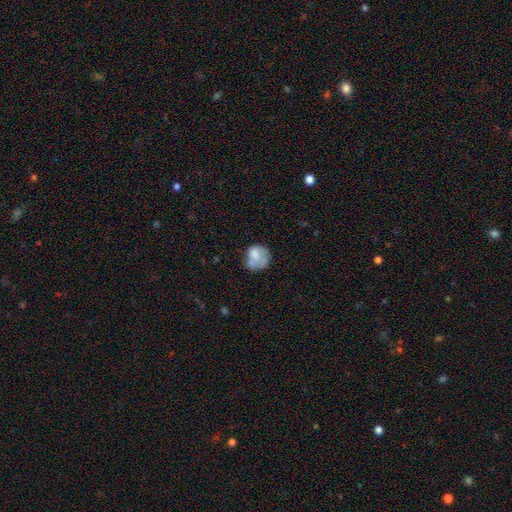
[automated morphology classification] smooth-or-featured: smooth: 67% | featured or disk: 24% | star or artifact: 9%
  how-rounded: round: 74% | in between: 25% | cigar-shaped: 1%
  merging: none: 41% | minor disturbance: 29% | major disturbance: 19% | merger: 11%